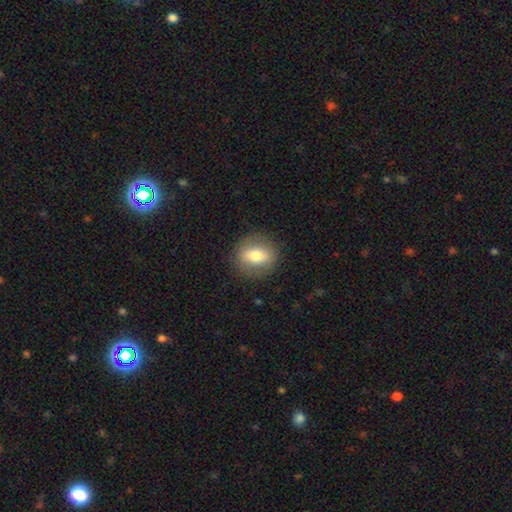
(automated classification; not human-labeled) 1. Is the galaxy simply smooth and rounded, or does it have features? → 65% smooth, 26% featured or disk, 8% star or artifact.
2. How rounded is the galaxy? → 60% round, 38% in between, 2% cigar-shaped.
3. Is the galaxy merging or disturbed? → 85% none, 10% minor disturbance, 4% major disturbance, 1% merger.